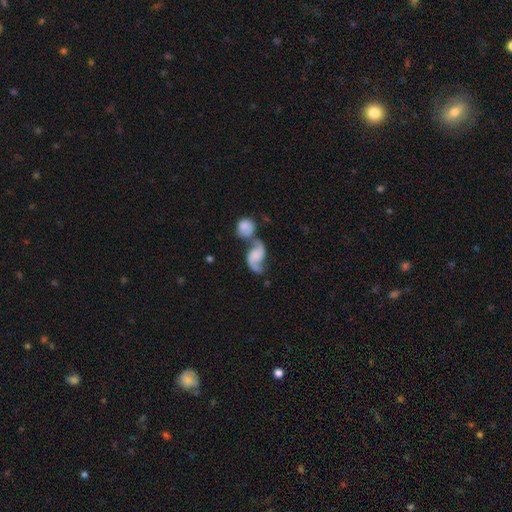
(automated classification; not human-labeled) A featured or disk galaxy (80%) with no bar (58%), 2 (90%) loose (73%) spiral arms (95%) and no central bulge (49%). Merging: merger (51%).